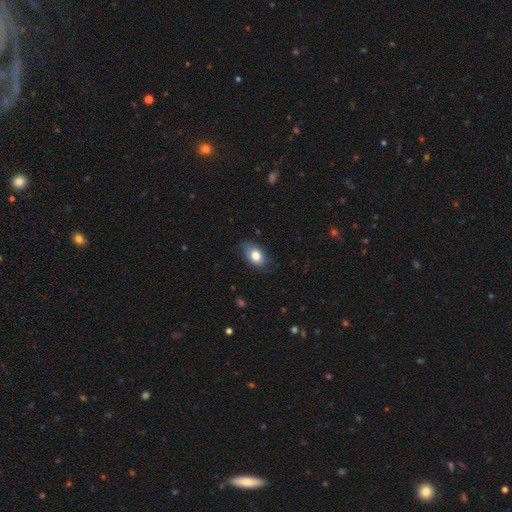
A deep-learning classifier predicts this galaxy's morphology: smooth_or_featured: smooth (p=0.78) [alt: featured or disk p=0.14]
how_rounded: in between (p=0.87) [alt: round p=0.12]
merging: none (p=0.75) [alt: minor disturbance p=0.20]